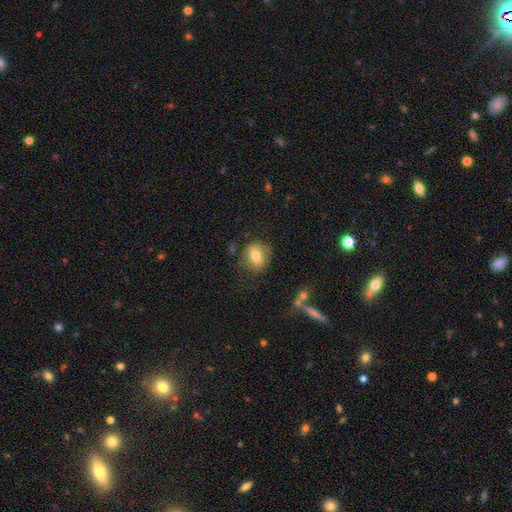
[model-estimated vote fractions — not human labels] A smooth galaxy with no disk features (69%) that is round (58%).

Vote fractions:
- Smooth or featured? smooth: 69% / featured or disk: 22% / star or artifact: 9%
- How rounded? round: 58% / in between: 40% / cigar-shaped: 2%
- Merging? none: 74% / minor disturbance: 17% / major disturbance: 7% / merger: 3%